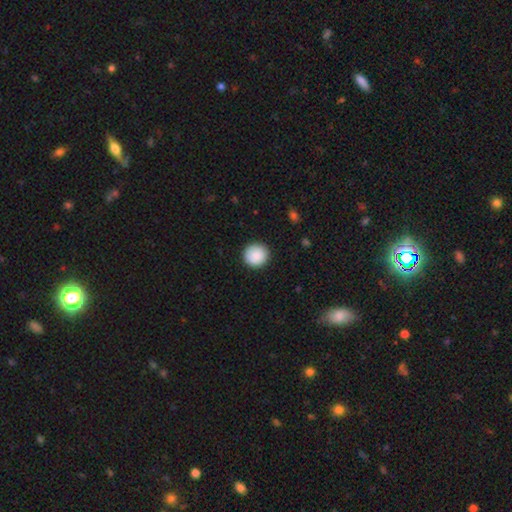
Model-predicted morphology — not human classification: Smooth or featured?
  - smooth: 89% *
  - star or artifact: 7%
  - featured or disk: 3%
How rounded?
  - round: 95% *
  - in between: 4%
  - cigar-shaped: 1%
Merging?
  - none: 92% *
  - minor disturbance: 6%
  - major disturbance: 2%
  - merger: 1%